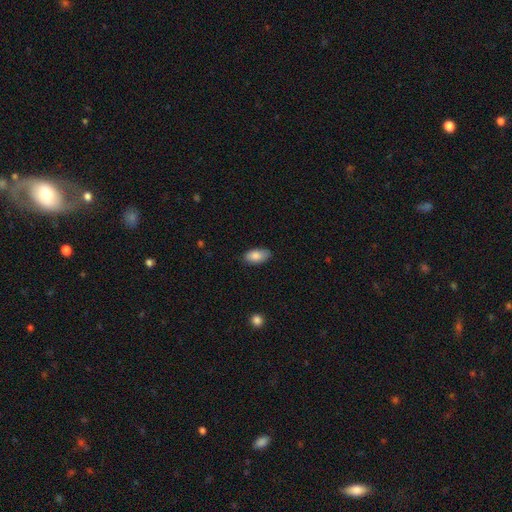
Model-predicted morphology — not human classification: Smooth or featured? Predicted: smooth (p=0.85). How rounded? Predicted: in between (p=0.93). Merging? Predicted: none (p=0.81).